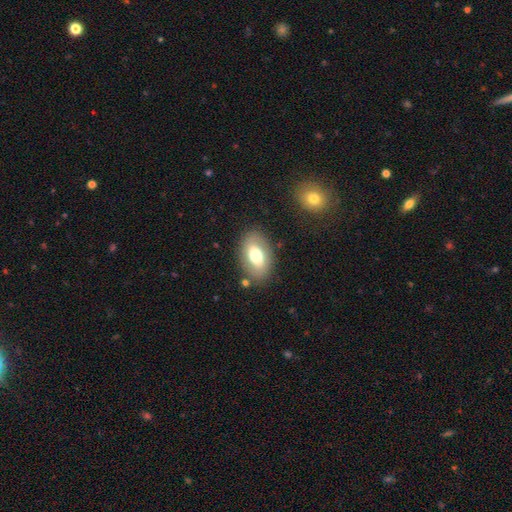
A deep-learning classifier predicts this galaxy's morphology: Smooth or featured?
  - smooth: 63% *
  - featured or disk: 30%
  - star or artifact: 7%
How rounded?
  - in between: 89% *
  - round: 10%
  - cigar-shaped: 1%
Merging?
  - none: 81% *
  - minor disturbance: 12%
  - major disturbance: 4%
  - merger: 3%